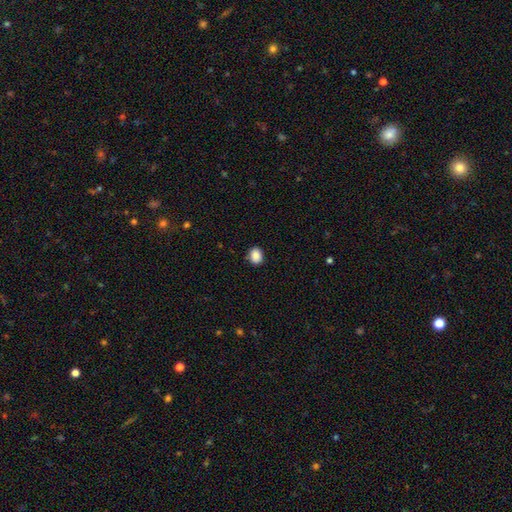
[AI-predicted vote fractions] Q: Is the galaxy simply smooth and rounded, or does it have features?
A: smooth — 88%.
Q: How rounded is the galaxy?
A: in between — 53%.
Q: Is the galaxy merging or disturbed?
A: none — 87%.